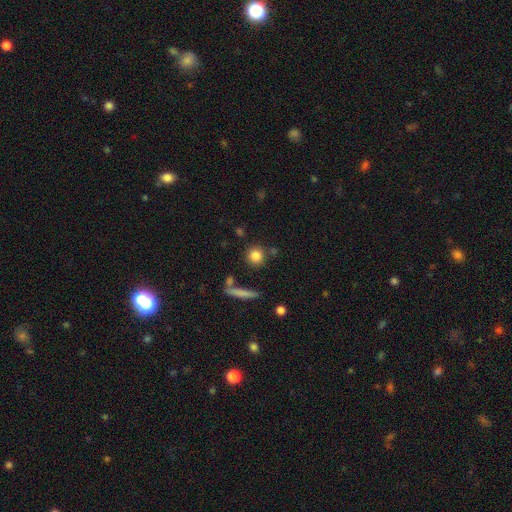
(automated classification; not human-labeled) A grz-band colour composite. It shows a smooth galaxy with no disk features (81%) that is round (90%). Merging: none (81%).